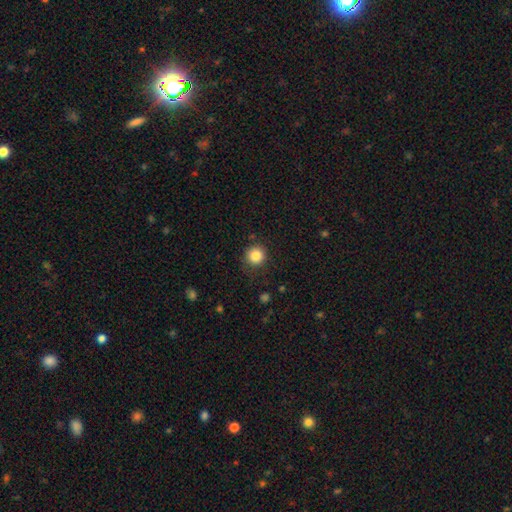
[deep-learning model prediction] smooth_or_featured: smooth (p=0.85) [alt: star or artifact p=0.10]
how_rounded: round (p=0.93) [alt: in between p=0.06]
merging: none (p=0.84) [alt: minor disturbance p=0.11]